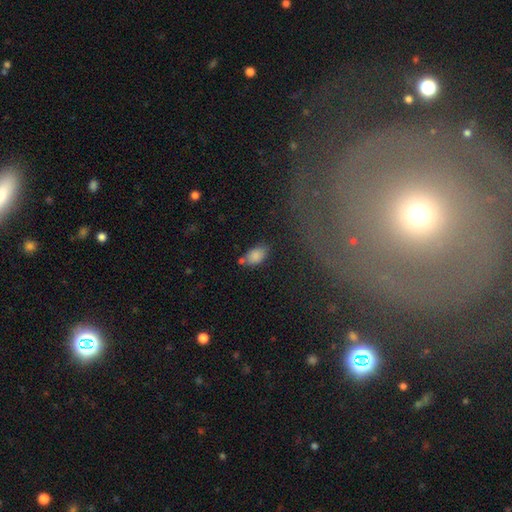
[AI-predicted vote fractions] This appears to be a smooth galaxy with no disk features (83%) that is in between round and cigar-shaped (89%). Merging: none (56%).